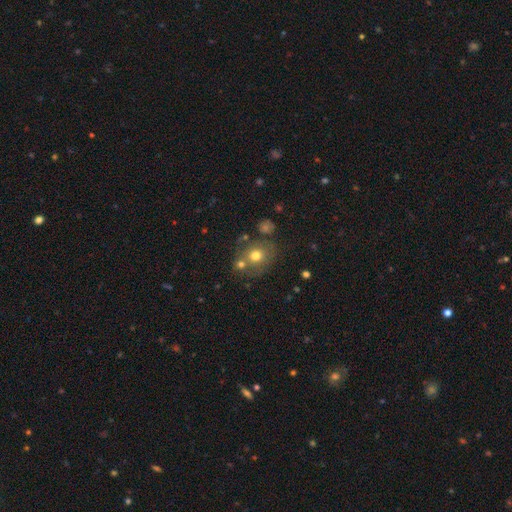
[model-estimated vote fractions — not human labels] Smooth or featured? Predicted: smooth (p=0.68). How rounded? Predicted: round (p=0.74). Merging? Predicted: none (p=0.60).